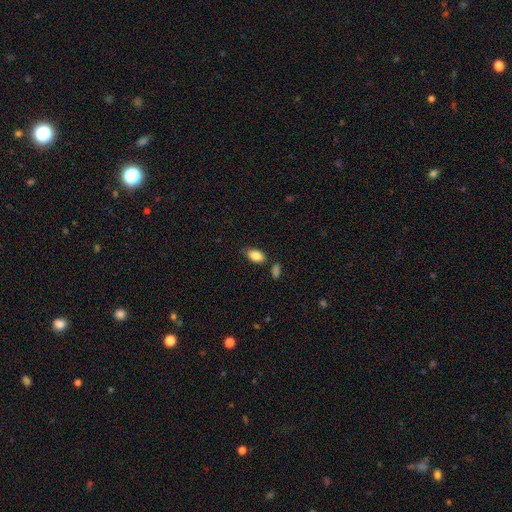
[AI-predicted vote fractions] A smooth galaxy with no disk features (85%) that is in between round and cigar-shaped (91%).

Vote fractions:
- Smooth or featured? smooth: 85% / featured or disk: 8% / star or artifact: 7%
- How rounded? in between: 91% / round: 6% / cigar-shaped: 3%
- Merging? none: 74% / minor disturbance: 16% / merger: 7% / major disturbance: 3%